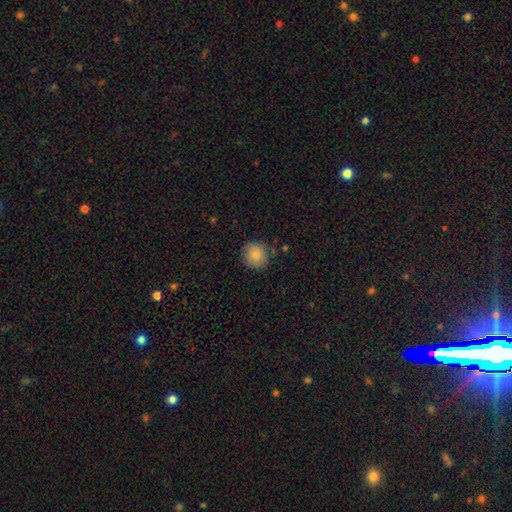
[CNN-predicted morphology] Q: Smooth or featured?
A: smooth (86%); runner-up: star or artifact (8%)
Q: How rounded?
A: round (90%); runner-up: in between (9%)
Q: Merging?
A: none (82%); runner-up: minor disturbance (13%)